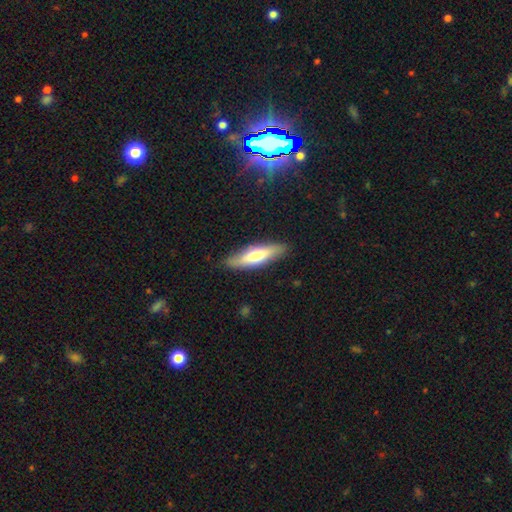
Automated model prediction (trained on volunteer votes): Smooth or featured? Predicted: smooth (p=0.62). How rounded? Predicted: cigar-shaped (p=0.62). Merging? Predicted: none (p=0.85).